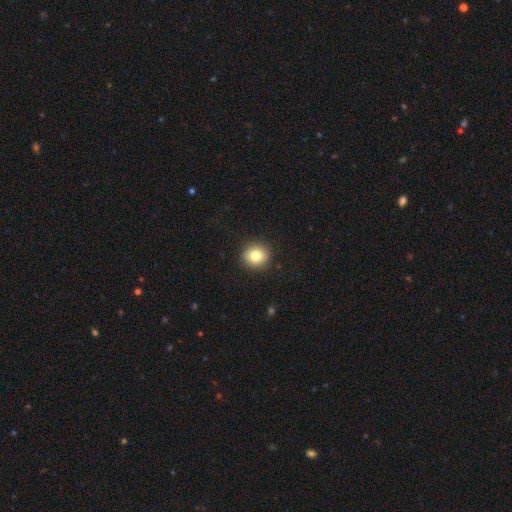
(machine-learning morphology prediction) This is clearly a smooth galaxy (82%). How rounded: clearly round (87%). Merging: clearly none (91%).